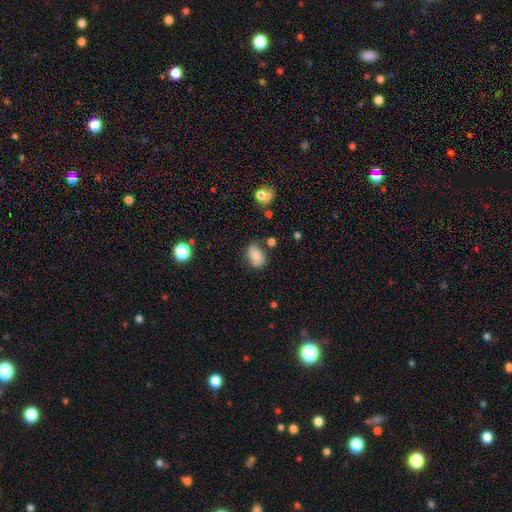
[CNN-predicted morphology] Q: Smooth or featured?
A: smooth (72%); runner-up: featured or disk (19%)
Q: How rounded?
A: in between (80%); runner-up: round (19%)
Q: Merging?
A: none (70%); runner-up: minor disturbance (20%)